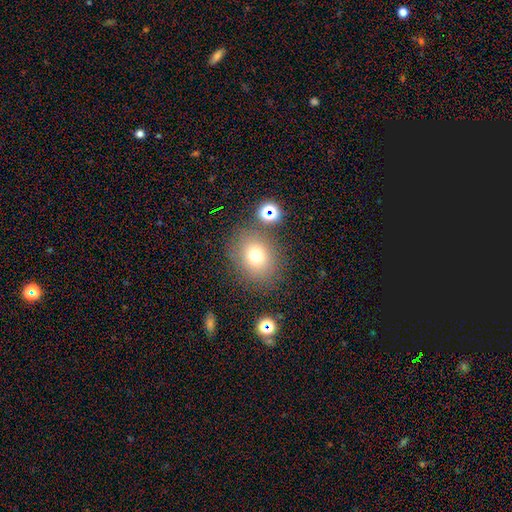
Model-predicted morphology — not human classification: Overall: smooth (73%). How rounded: round (63%; in between 36%). Merging: none (79%).